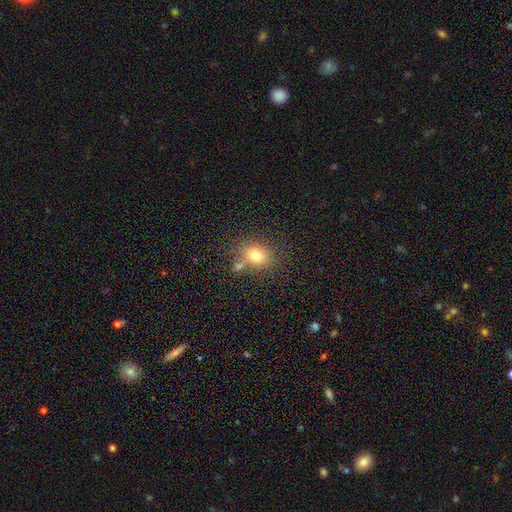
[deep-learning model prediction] Smooth or featured? Predicted: smooth (p=0.77). How rounded? Predicted: round (p=0.57). Merging? Predicted: none (p=0.66).